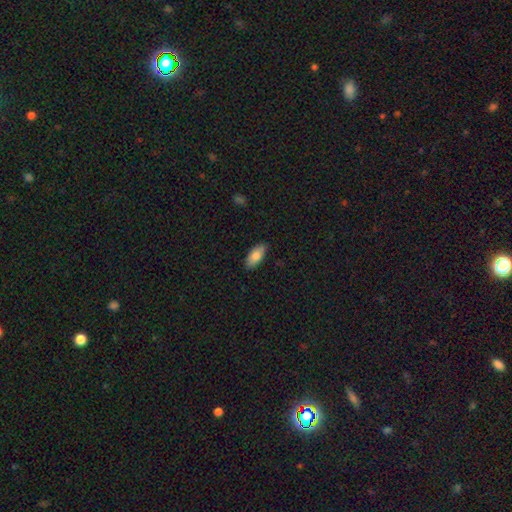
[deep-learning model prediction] smooth 83%, featured or disk 11%, star or artifact 6%. Down the decision tree: how rounded — in between (88%); merging — none (86%).